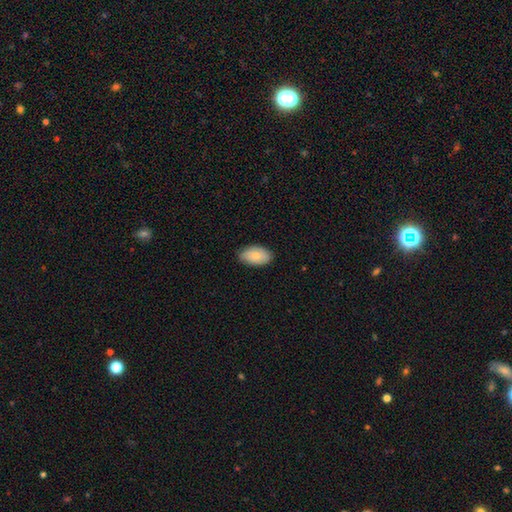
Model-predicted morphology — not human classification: The model was most divided on "merging": none: 80%, minor disturbance: 16%, major disturbance: 2%, merger: 1%. More confident: how rounded — in between (94%); smooth or featured — smooth (81%).